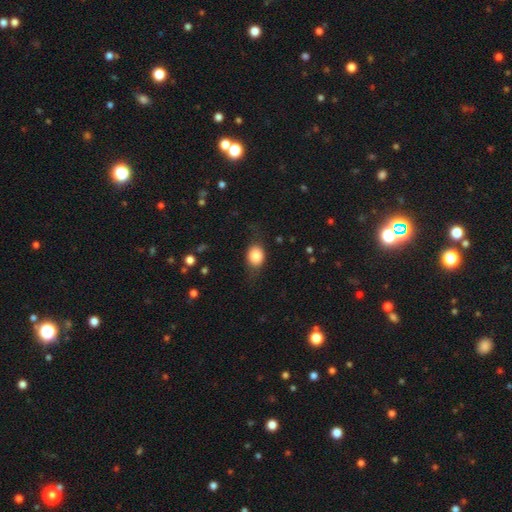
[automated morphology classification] Smooth or featured? smooth (79%)
How rounded? round (50%)
Merging? none (71%)